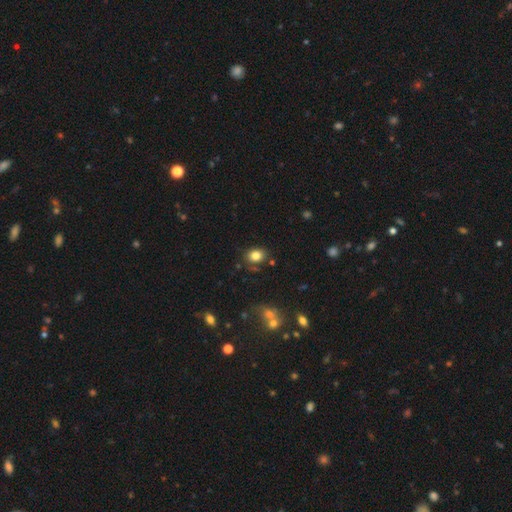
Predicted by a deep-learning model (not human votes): Morphology: type=smooth (82%); roundness=in between (50%); merging=none (78%).